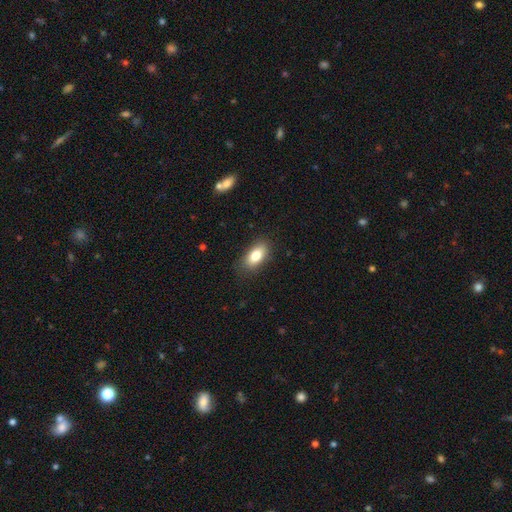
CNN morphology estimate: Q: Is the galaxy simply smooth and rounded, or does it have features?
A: smooth — 81%.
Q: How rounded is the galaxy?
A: in between — 88%.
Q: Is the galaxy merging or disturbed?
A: none — 84%.